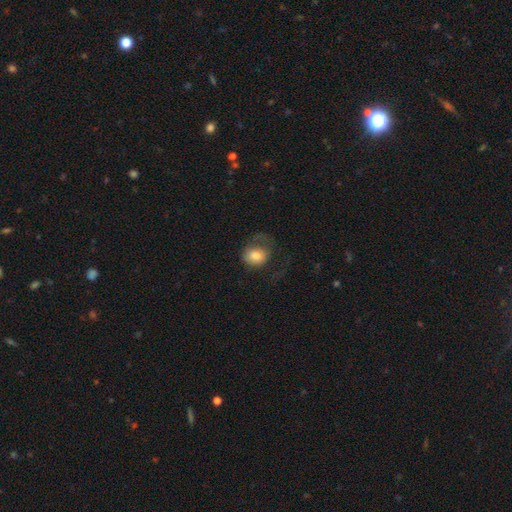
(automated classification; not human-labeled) Smooth or featured: smooth — 76% (featured or disk — 16%)
How rounded: round — 56% (in between — 43%)
Merging: major disturbance — 44% (none — 33%)